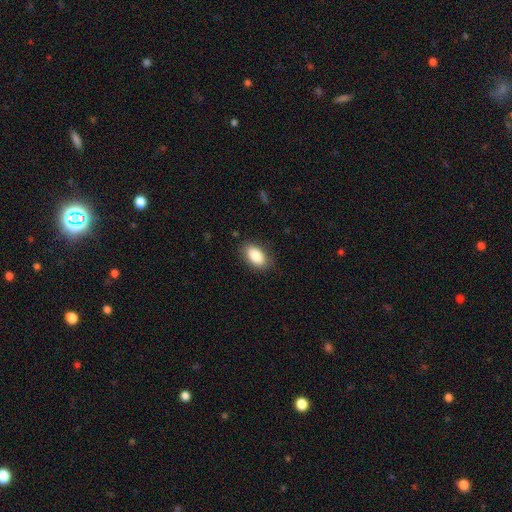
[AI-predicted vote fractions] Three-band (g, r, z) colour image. It shows a smooth galaxy with no disk features (86%) that is in between round and cigar-shaped (92%). Merging: none (85%).